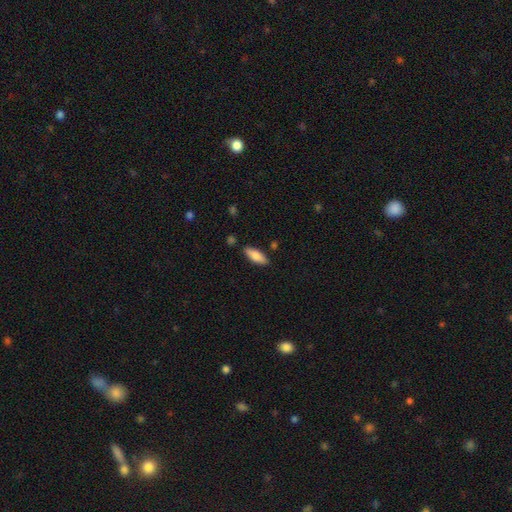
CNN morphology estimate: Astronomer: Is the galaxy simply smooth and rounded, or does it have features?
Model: smooth — 79%.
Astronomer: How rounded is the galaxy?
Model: in between — 69%.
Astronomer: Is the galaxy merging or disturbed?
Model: none — 85%.